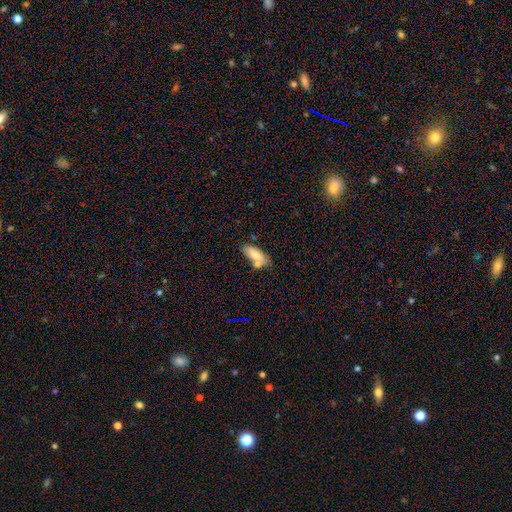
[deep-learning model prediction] Morphology: type=smooth (76%); roundness=in between (78%); merging=none (61%).